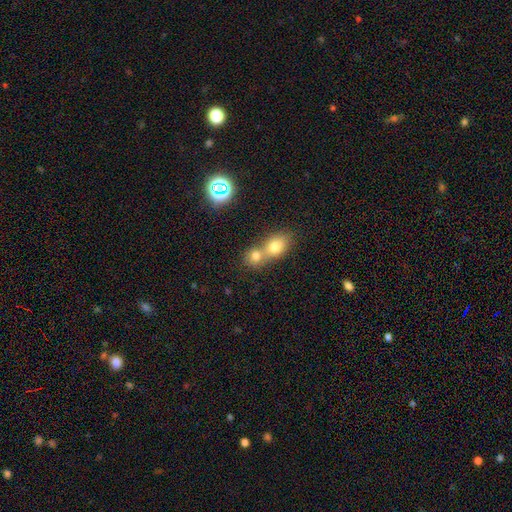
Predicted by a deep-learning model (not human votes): smooth_or_featured: smooth (p=0.75) [alt: star or artifact p=0.13]
how_rounded: round (p=0.60) [alt: in between p=0.38]
merging: merger (p=0.66) [alt: none p=0.26]